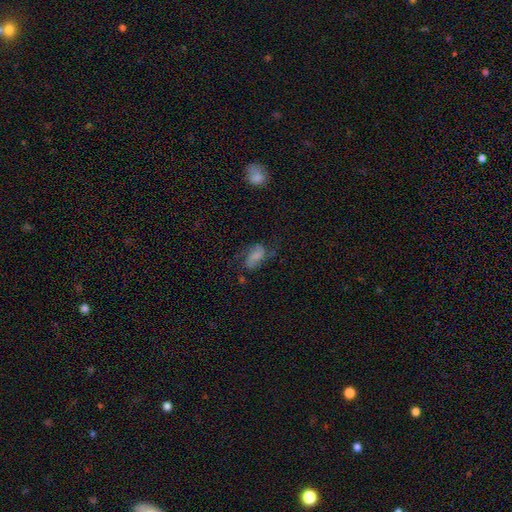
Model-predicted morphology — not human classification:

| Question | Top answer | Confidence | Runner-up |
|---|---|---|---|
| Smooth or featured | smooth | 48% | featured or disk (42%) |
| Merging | none | 51% | minor disturbance (25%) |